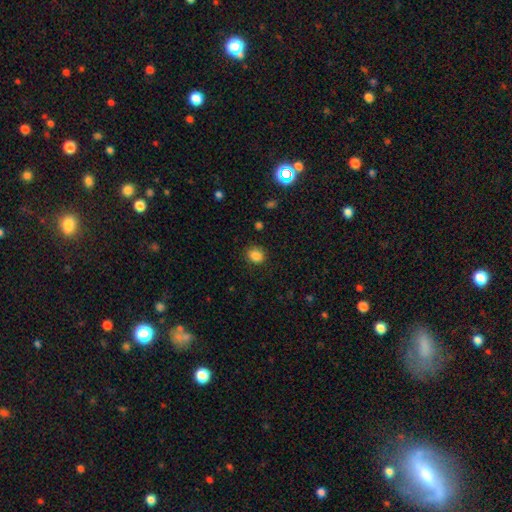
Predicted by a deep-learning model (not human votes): Smooth or featured: smooth — 85% (star or artifact — 10%)
How rounded: round — 64% (in between — 35%)
Merging: none — 87% (minor disturbance — 9%)